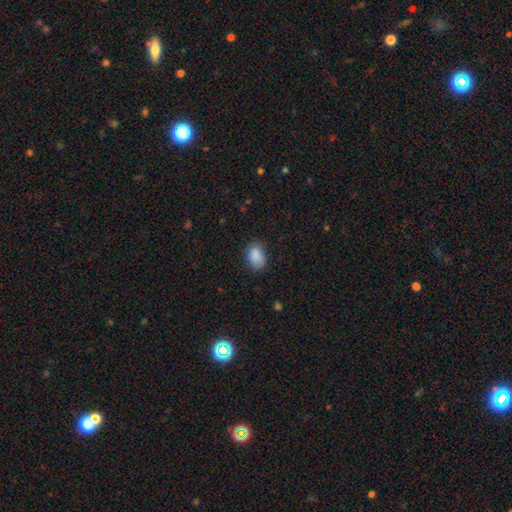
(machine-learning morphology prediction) A smooth galaxy with no disk features (89%) that is in between round and cigar-shaped (81%). Merging: none (76%).